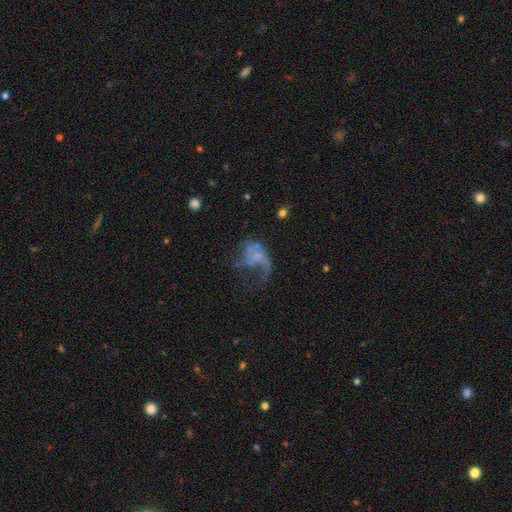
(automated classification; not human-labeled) The model was most divided on "spiral arms": no: 57%, yes: 43%. More confident: edge-on disk — no (98%); bar — no (82%); bulge size — none (58%); smooth or featured — featured or disk (57%); merging — major disturbance (56%).